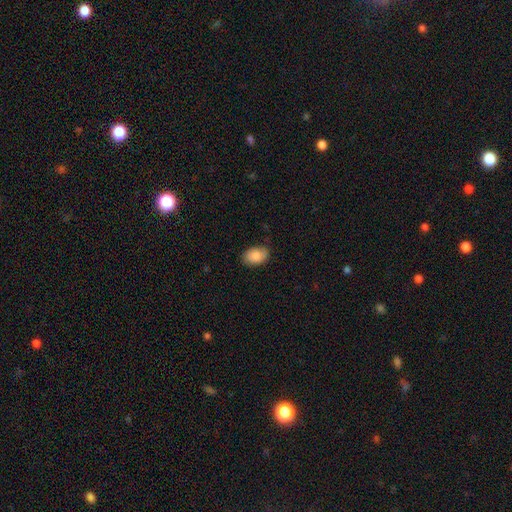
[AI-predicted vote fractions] A smooth galaxy with no disk features (86%) that is in between round and cigar-shaped (87%). Merging: none (79%).